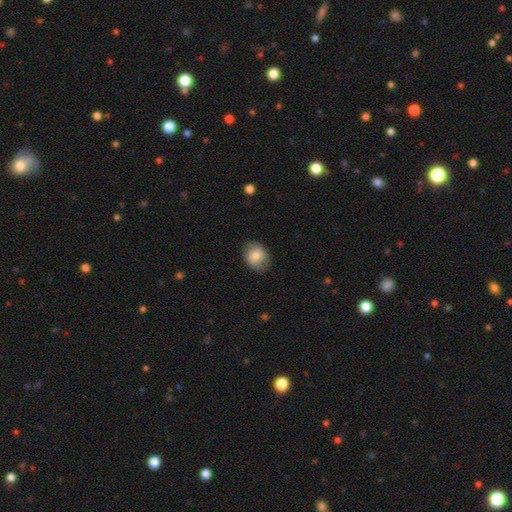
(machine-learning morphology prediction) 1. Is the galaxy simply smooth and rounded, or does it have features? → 80% smooth, 13% featured or disk, 8% star or artifact.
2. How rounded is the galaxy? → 54% in between, 46% round, 1% cigar-shaped.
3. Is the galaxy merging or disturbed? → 80% none, 15% minor disturbance, 3% major disturbance, 1% merger.